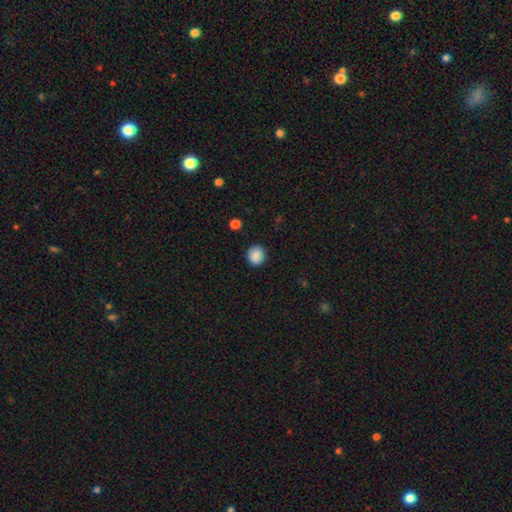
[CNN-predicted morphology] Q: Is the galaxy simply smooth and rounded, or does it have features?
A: smooth — 89%.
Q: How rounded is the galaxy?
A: round — 79%.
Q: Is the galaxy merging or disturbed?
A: none — 89%.